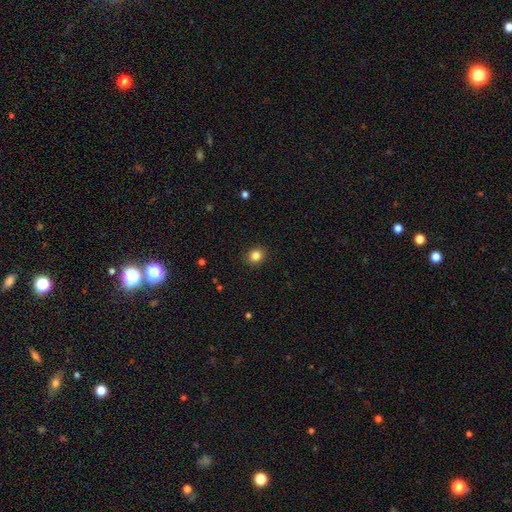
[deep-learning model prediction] Morphology: type=smooth (84%); roundness=round (78%); merging=none (91%).